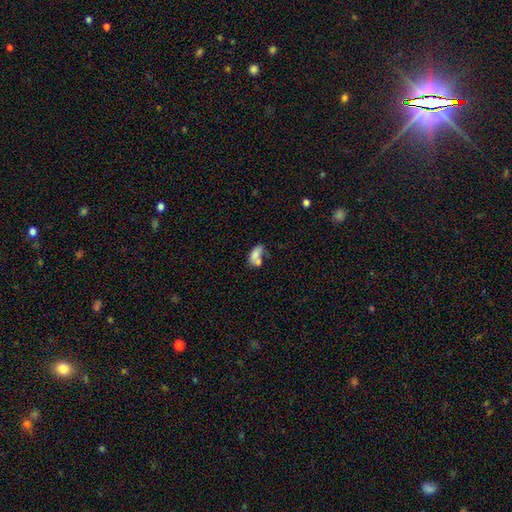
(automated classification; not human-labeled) smooth_or_featured: smooth (p=0.73) [alt: featured or disk p=0.17]
how_rounded: in between (p=0.88) [alt: round p=0.08]
merging: merger (p=0.49) [alt: none p=0.25]